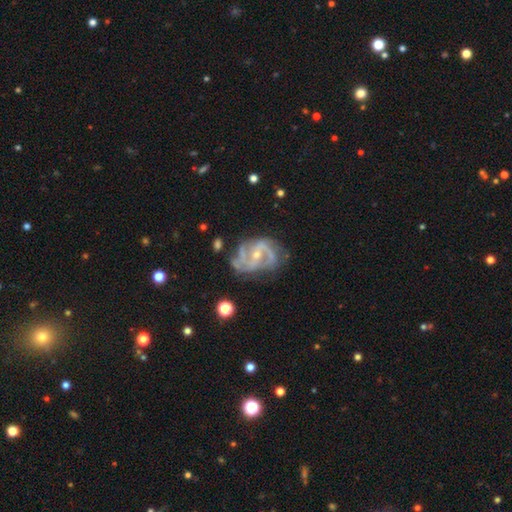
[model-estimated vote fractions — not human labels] A featured or disk galaxy (88%) with a weak bar (41%), 2 (46%) medium (50%) spiral arms (95%) and a small central bulge (65%).

Vote fractions:
- Smooth or featured? featured or disk: 88% / star or artifact: 7% / smooth: 5%
- Edge-on disk? no: 98% / yes: 2%
- Bar? weak: 41% / no: 39% / strong: 20%
- Spiral arms? yes: 95% / no: 5%
- Spiral winding? medium: 50% / tight: 26% / loose: 24%
- Spiral arm count? 2: 46% / 3: 25% / can't tell: 14% / 4: 6% / 1: 5% / more than 4: 4%
- Bulge size? small: 65% / moderate: 32% / none: 2% / large: 1% / dominant: 1%
- Merging? none: 57% / minor disturbance: 24% / major disturbance: 16% / merger: 3%